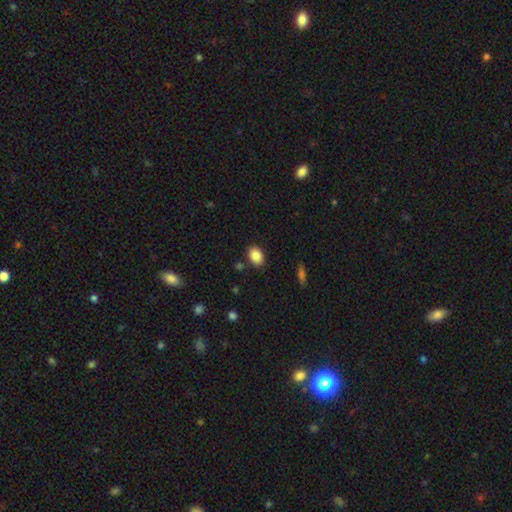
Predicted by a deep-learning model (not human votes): This is clearly a smooth galaxy (86%). How rounded: clearly in between (80%). Merging: clearly none (86%).